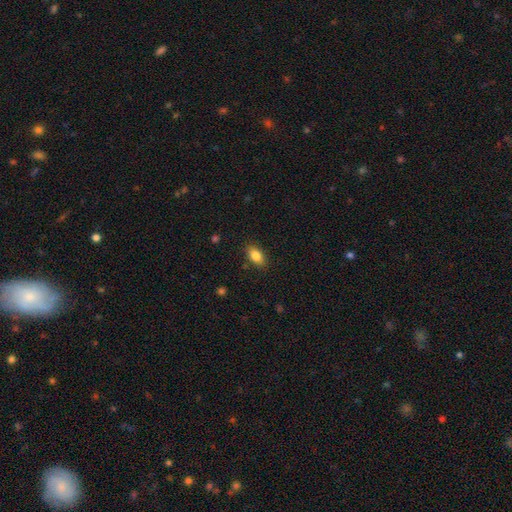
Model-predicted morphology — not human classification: Smooth or featured?
  - smooth: 86% *
  - star or artifact: 8%
  - featured or disk: 6%
How rounded?
  - in between: 89% *
  - round: 7%
  - cigar-shaped: 3%
Merging?
  - none: 86% *
  - minor disturbance: 10%
  - major disturbance: 2%
  - merger: 1%